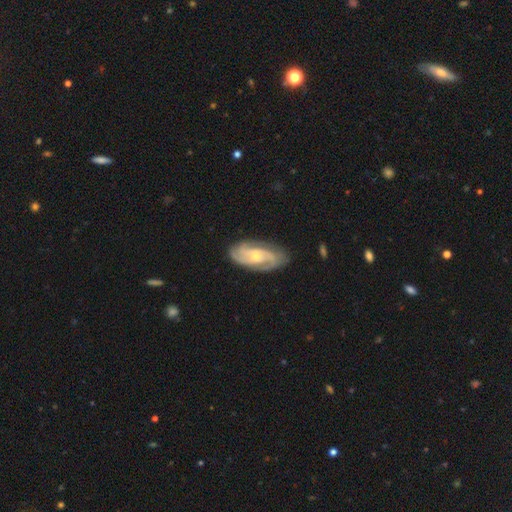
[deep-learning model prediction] Smooth or featured: featured or disk — 82% (smooth — 13%)
Edge-on disk: no — 95% (yes — 5%)
Bar: no — 61% (weak — 32%)
Spiral arms: yes — 95% (no — 5%)
Spiral winding: tight — 52% (medium — 38%)
Spiral arm count: 2 — 43% (3 — 23%)
Bulge size: small — 58% (moderate — 37%)
Merging: none — 77% (minor disturbance — 17%)